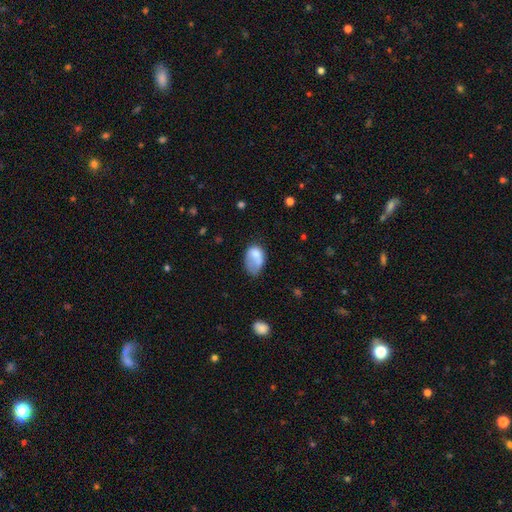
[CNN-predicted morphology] This is likely a smooth galaxy (72%). How rounded: clearly in between (87%). Merging: marginally minor disturbance (33%).